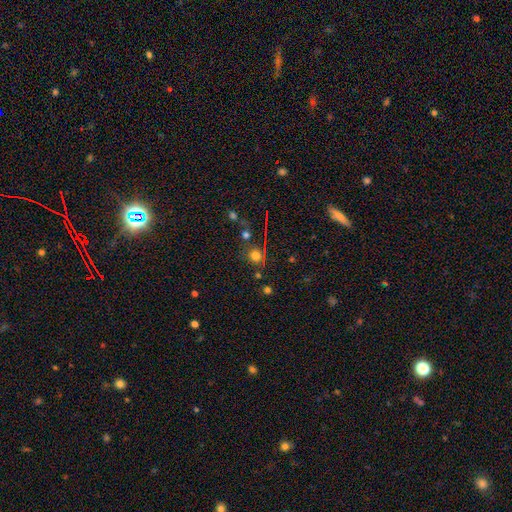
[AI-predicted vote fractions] A smooth galaxy with no disk features (69%) that is round (88%). Merging: none (74%).